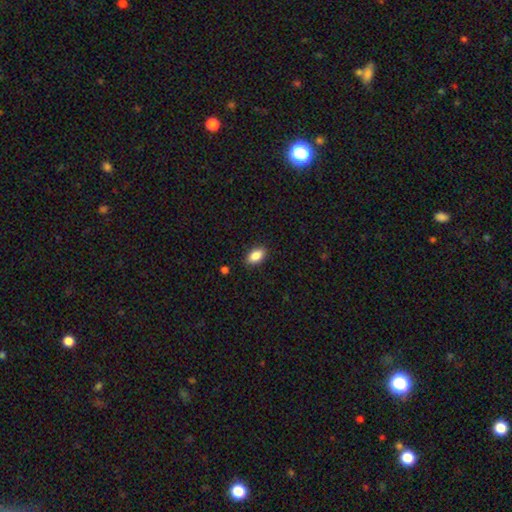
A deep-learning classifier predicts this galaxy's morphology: A smooth galaxy with no disk features (87%) that is in between round and cigar-shaped (91%). Merging: none (88%).